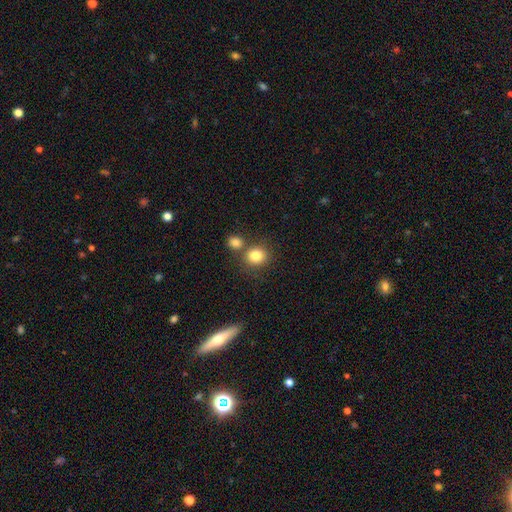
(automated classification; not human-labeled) smooth_or_featured: smooth (p=0.83) [alt: star or artifact p=0.11]
how_rounded: round (p=0.79) [alt: in between p=0.20]
merging: none (p=0.65) [alt: merger p=0.24]